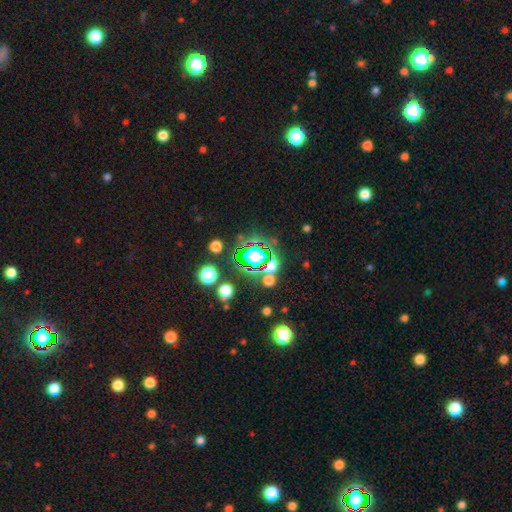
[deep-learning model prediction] Overall: star or artifact (54%; smooth 33%).